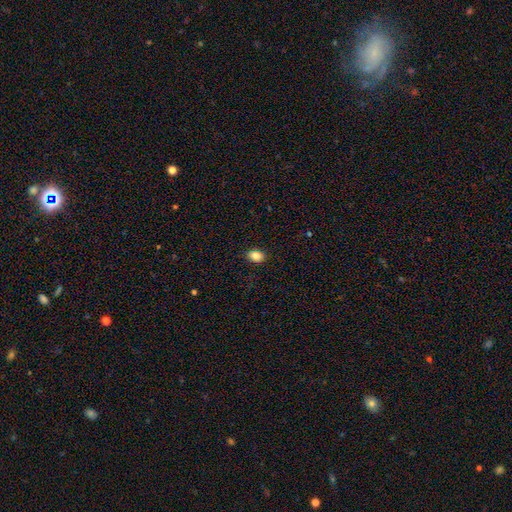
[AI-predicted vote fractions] Overall: smooth (86%). How rounded: in between (75%). Merging: none (88%).